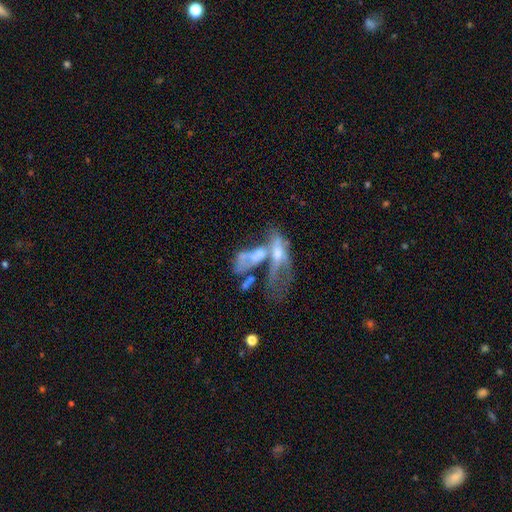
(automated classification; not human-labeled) A featured or disk galaxy (52%).

Vote fractions:
- Smooth or featured? featured or disk: 52% / smooth: 37% / star or artifact: 11%
- Edge-on disk? no: 84% / yes: 16%
- Merging? merger: 65% / major disturbance: 19% / none: 9% / minor disturbance: 6%